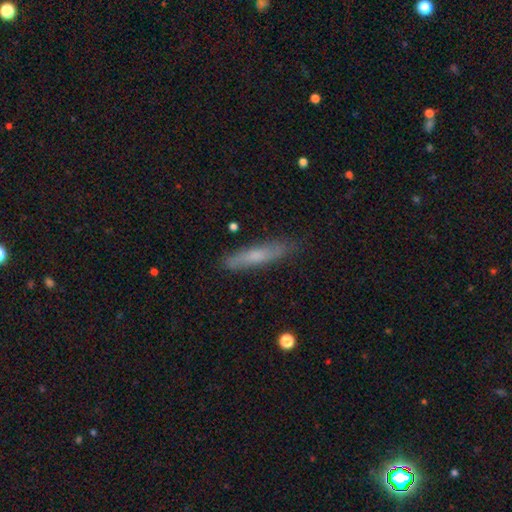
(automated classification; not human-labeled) The model was most divided on "smooth or featured": smooth: 61%, featured or disk: 32%, star or artifact: 7%. More confident: how rounded — cigar-shaped (88%); merging — none (83%).